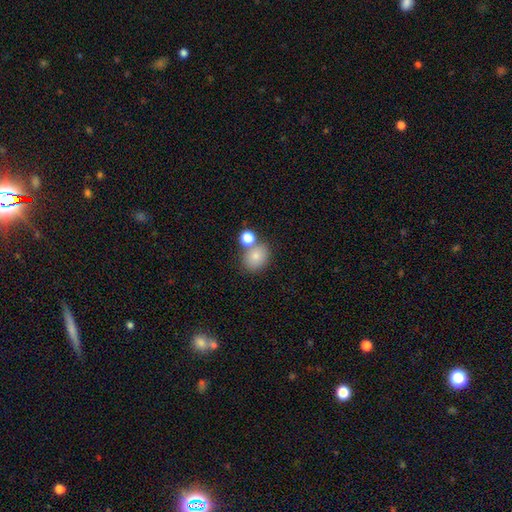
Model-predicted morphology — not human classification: This appears to be a smooth galaxy with no disk features (81%) that is round (52%). Merging: none (60%).